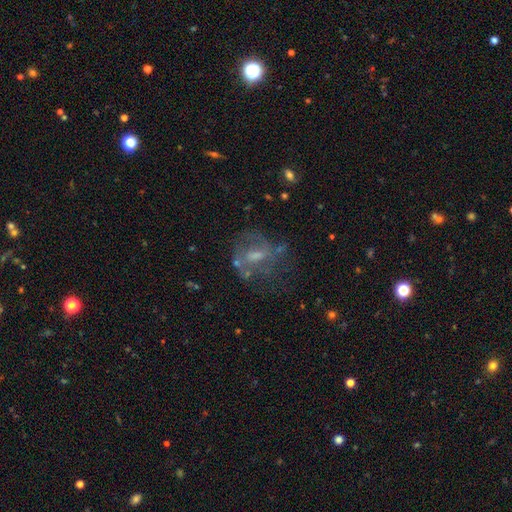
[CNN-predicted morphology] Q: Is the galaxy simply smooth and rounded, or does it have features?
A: featured or disk — 61%.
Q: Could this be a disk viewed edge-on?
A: no — 96%.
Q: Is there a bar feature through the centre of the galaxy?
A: weak — 48%.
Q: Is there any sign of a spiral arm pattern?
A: yes — 55%.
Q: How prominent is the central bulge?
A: moderate — 42%.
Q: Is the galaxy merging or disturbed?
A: none — 50%.